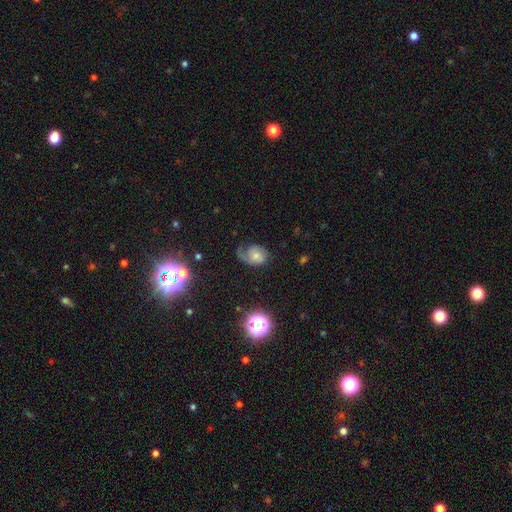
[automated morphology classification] This is possibly a featured or disk galaxy (57%). It is clearly not viewed edge-on (97%). Bar: likely no (76%). Spiral arm pattern: clearly yes (88%). Central bulge: possibly small (47%). Merging: marginally none (40%).